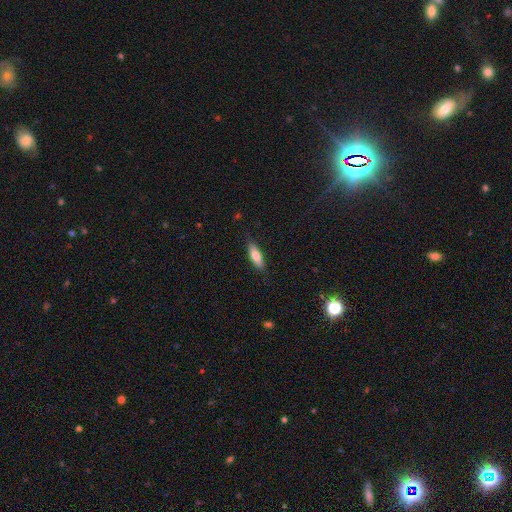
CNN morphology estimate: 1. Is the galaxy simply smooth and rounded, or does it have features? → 74% smooth, 20% featured or disk, 6% star or artifact.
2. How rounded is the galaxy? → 50% in between, 48% cigar-shaped, 2% round.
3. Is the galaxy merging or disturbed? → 85% none, 11% minor disturbance, 2% major disturbance, 1% merger.